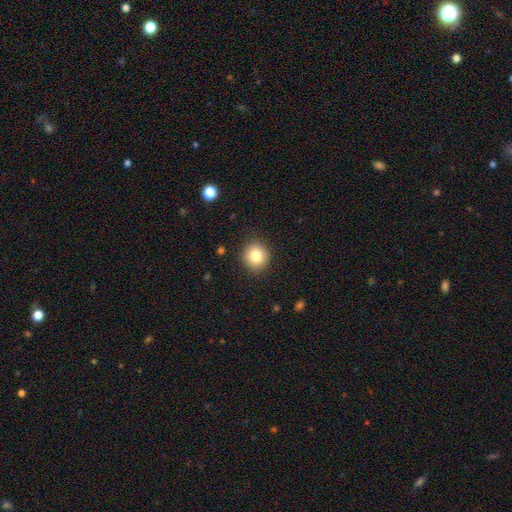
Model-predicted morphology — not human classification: Smooth or featured? Predicted: smooth (p=0.82). How rounded? Predicted: round (p=0.86). Merging? Predicted: none (p=0.89).